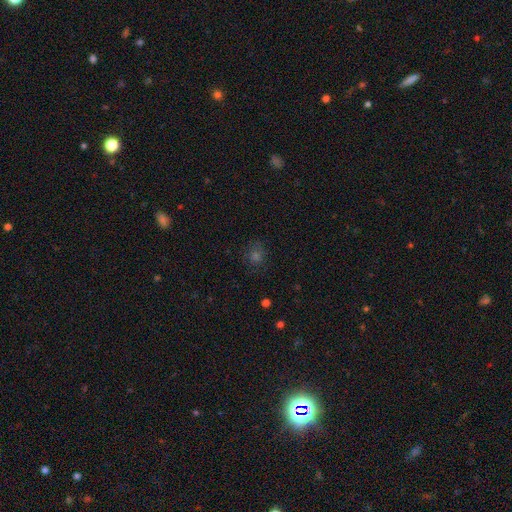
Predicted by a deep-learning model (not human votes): A smooth galaxy with no disk features (56%) that is round (82%).

Vote fractions:
- Smooth or featured? smooth: 56% / star or artifact: 34% / featured or disk: 10%
- How rounded? round: 82% / in between: 16% / cigar-shaped: 1%
- Merging? none: 81% / minor disturbance: 12% / major disturbance: 5% / merger: 2%